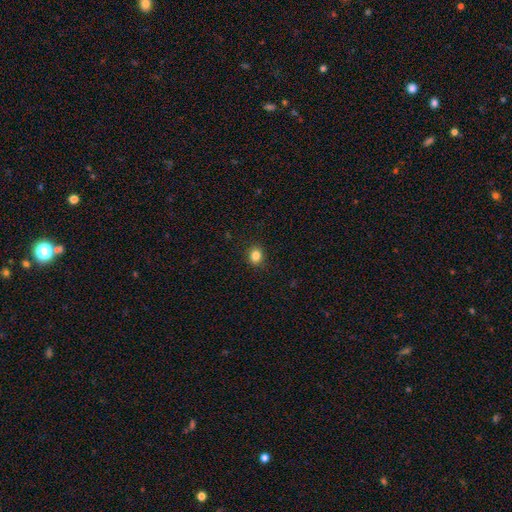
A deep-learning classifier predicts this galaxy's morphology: This appears to be a smooth galaxy with no disk features (84%) that is round (69%). Merging: none (90%).